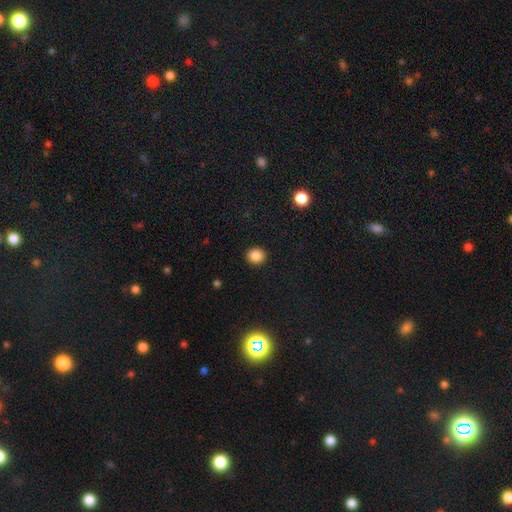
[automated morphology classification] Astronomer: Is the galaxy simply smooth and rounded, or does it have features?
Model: smooth — 86%.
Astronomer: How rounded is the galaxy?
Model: round — 80%.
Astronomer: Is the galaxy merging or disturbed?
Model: none — 92%.